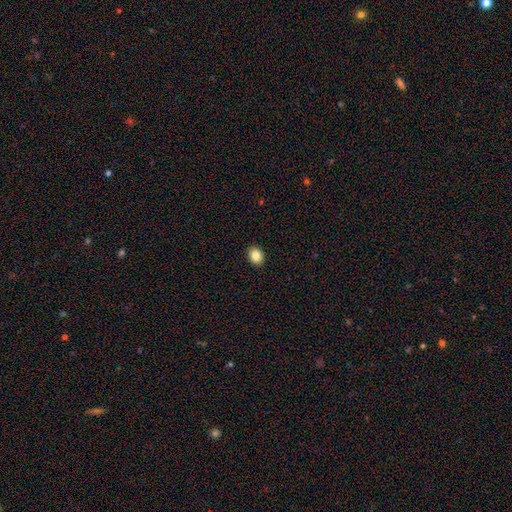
Morphology: type=smooth (86%); roundness=in between (62%); merging=none (97%).